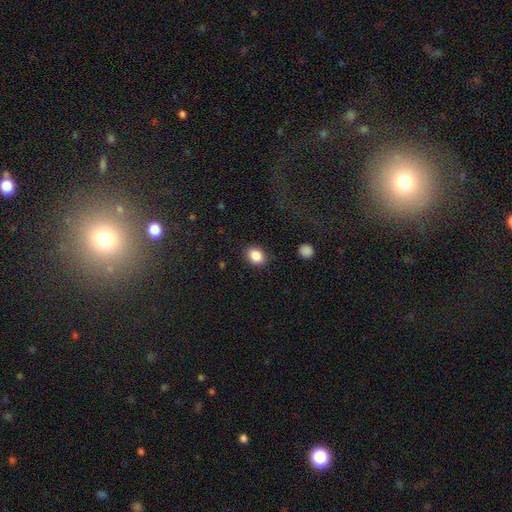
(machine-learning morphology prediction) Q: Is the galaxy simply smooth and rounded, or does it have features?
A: smooth — 86%.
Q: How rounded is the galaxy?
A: in between — 59%.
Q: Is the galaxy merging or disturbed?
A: none — 87%.